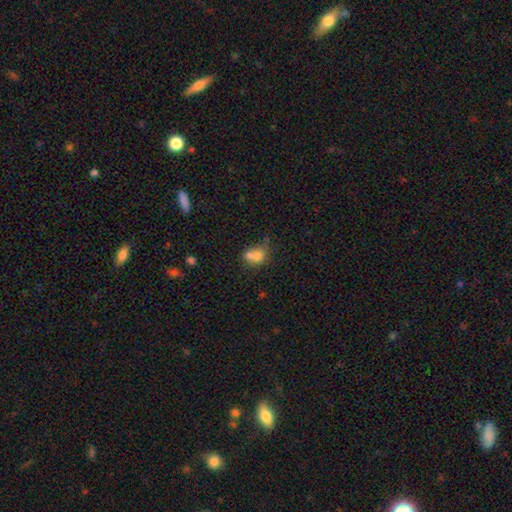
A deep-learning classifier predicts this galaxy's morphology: A smooth galaxy with no disk features (70%) that is round (57%). Merging: merger (58%).